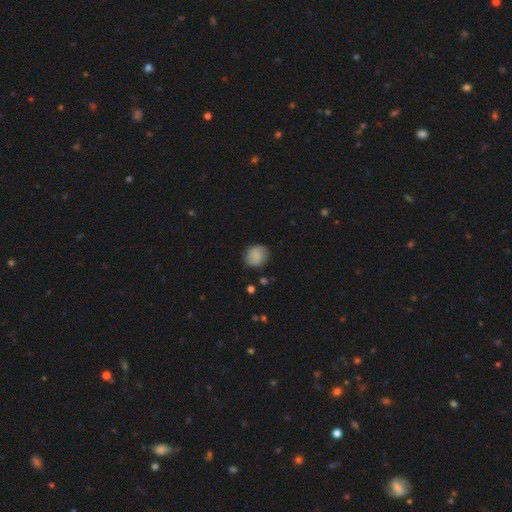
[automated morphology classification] smooth_or_featured: smooth (p=0.78) [alt: featured or disk p=0.14]
how_rounded: round (p=0.70) [alt: in between p=0.29]
merging: none (p=0.81) [alt: minor disturbance p=0.14]